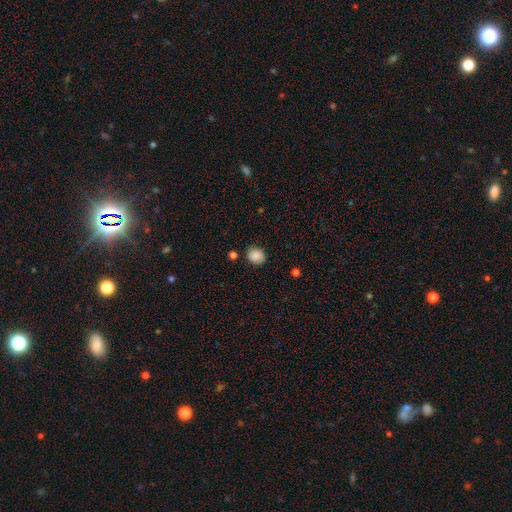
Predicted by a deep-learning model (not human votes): Overall: smooth (85%). How rounded: round (63%; in between 36%). Merging: none (80%).